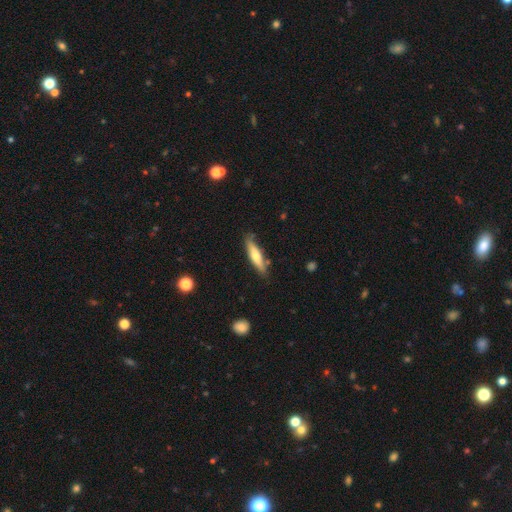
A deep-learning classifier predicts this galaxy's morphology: The model was most divided on "smooth or featured": smooth: 53%, featured or disk: 42%, star or artifact: 6%. More confident: merging — none (80%); how rounded — cigar-shaped (78%).